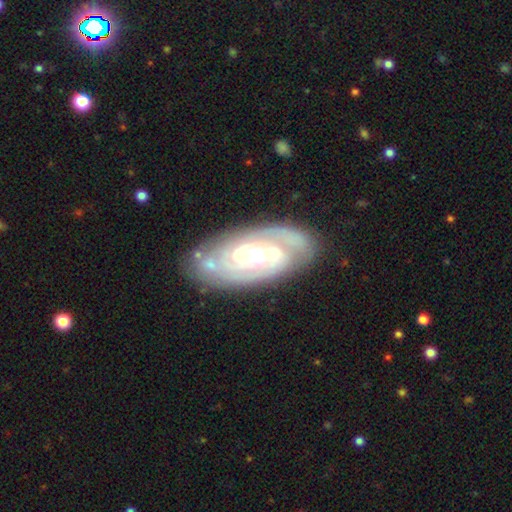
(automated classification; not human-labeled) featured or disk 87%, smooth 8%, star or artifact 4%. Down the decision tree: edge-on disk — no (94%); bar — weak (42%); spiral arms — yes (95%); spiral arm count — 2 (56%); spiral winding — tight (65%); bulge size — moderate (59%); merging — none (79%).